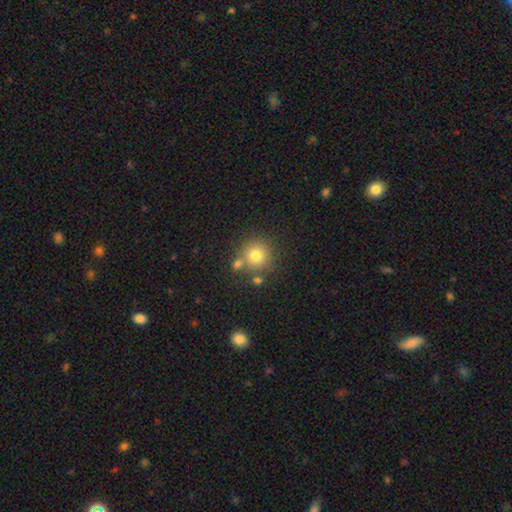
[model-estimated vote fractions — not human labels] A smooth galaxy with no disk features (77%) that is round (92%).

Vote fractions:
- Smooth or featured? smooth: 77% / star or artifact: 13% / featured or disk: 10%
- How rounded? round: 92% / in between: 7% / cigar-shaped: 1%
- Merging? none: 72% / merger: 15% / minor disturbance: 10% / major disturbance: 3%